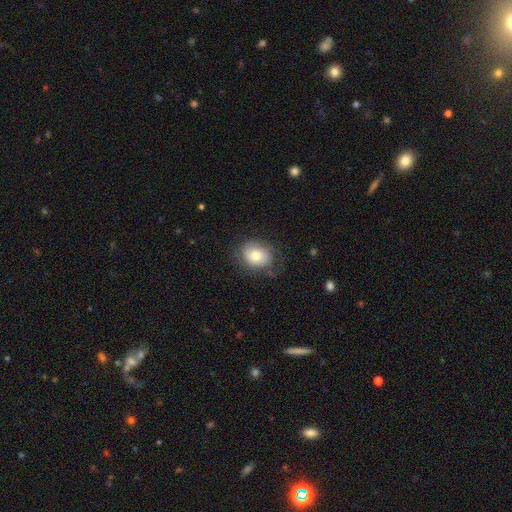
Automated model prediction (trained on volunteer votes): Smooth or featured? Predicted: smooth (p=0.76). How rounded? Predicted: round (p=0.50). Merging? Predicted: none (p=0.68).